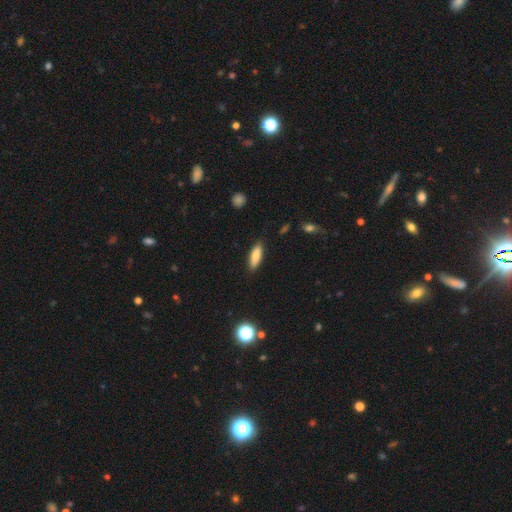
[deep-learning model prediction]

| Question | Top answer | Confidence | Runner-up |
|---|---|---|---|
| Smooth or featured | smooth | 82% | featured or disk (11%) |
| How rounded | in between | 57% | cigar-shaped (41%) |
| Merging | none | 86% | minor disturbance (11%) |